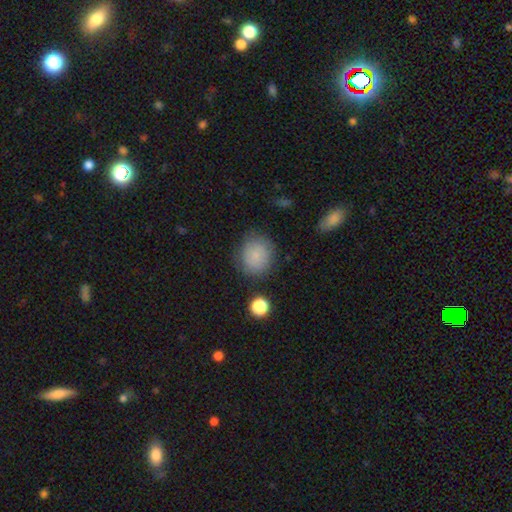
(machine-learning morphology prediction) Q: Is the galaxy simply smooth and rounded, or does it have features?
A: smooth — 82%.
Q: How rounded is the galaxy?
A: round — 80%.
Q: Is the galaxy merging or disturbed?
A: none — 78%.